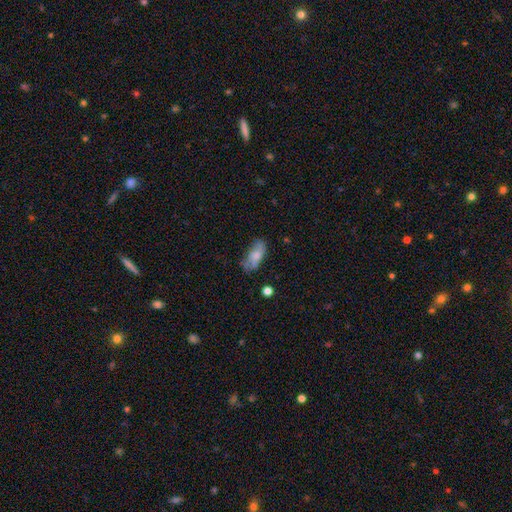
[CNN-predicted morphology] smooth-or-featured: smooth: 71% | featured or disk: 22% | star or artifact: 8%
  how-rounded: in between: 85% | cigar-shaped: 11% | round: 3%
  merging: none: 56% | minor disturbance: 28% | major disturbance: 12% | merger: 3%